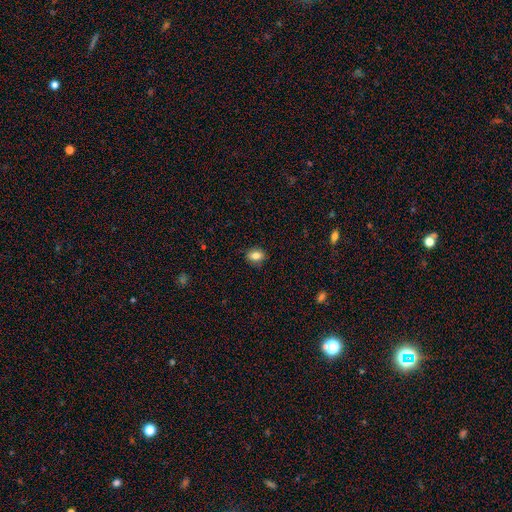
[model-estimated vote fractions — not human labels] Smooth or featured? Predicted: smooth (p=0.81). How rounded? Predicted: in between (p=0.57). Merging? Predicted: none (p=0.87).